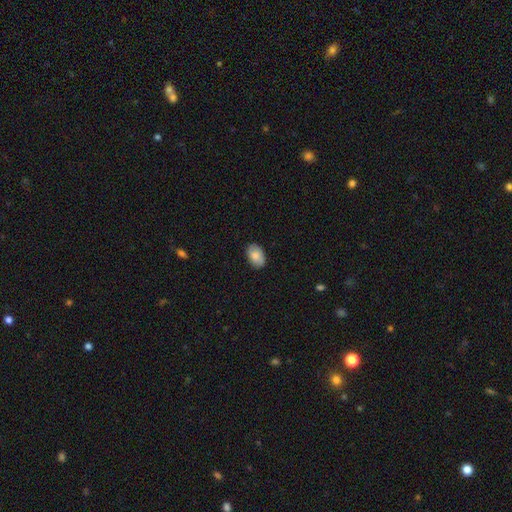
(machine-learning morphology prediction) smooth-or-featured: smooth: 85% | featured or disk: 9% | star or artifact: 7%
  how-rounded: in between: 89% | round: 10% | cigar-shaped: 1%
  merging: none: 85% | minor disturbance: 12% | major disturbance: 2% | merger: 1%